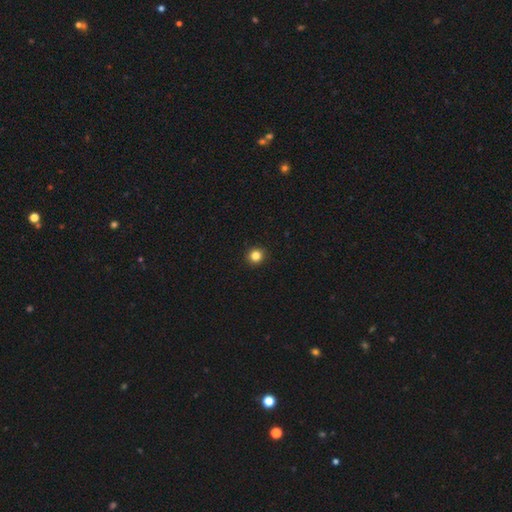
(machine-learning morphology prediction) The model was most divided on "smooth or featured": smooth: 83%, star or artifact: 12%, featured or disk: 4%. More confident: how rounded — round (94%); merging — none (94%).